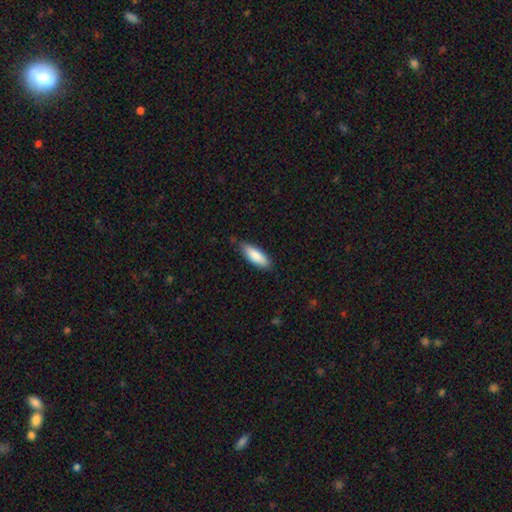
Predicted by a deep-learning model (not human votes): Smooth or featured?
  - smooth: 86% *
  - featured or disk: 8%
  - star or artifact: 6%
How rounded?
  - in between: 61% *
  - cigar-shaped: 37%
  - round: 2%
Merging?
  - none: 78% *
  - minor disturbance: 18%
  - major disturbance: 3%
  - merger: 1%